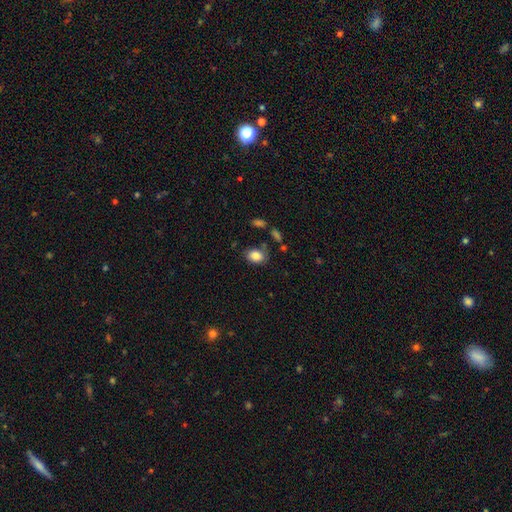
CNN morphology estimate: Overall: smooth (83%). How rounded: in between (71%). Merging: none (75%).